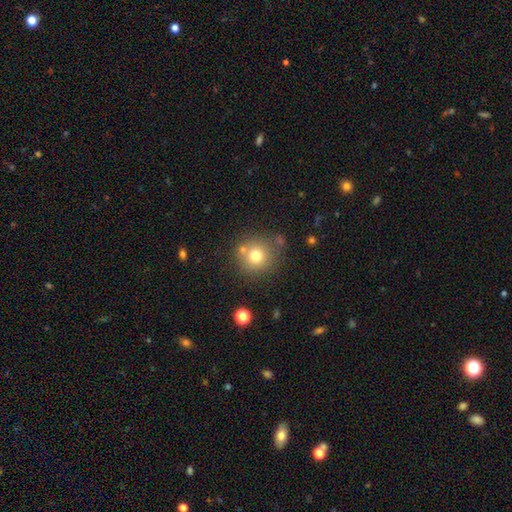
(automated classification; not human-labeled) A smooth galaxy with no disk features (75%) that is round (92%). Merging: none (73%).